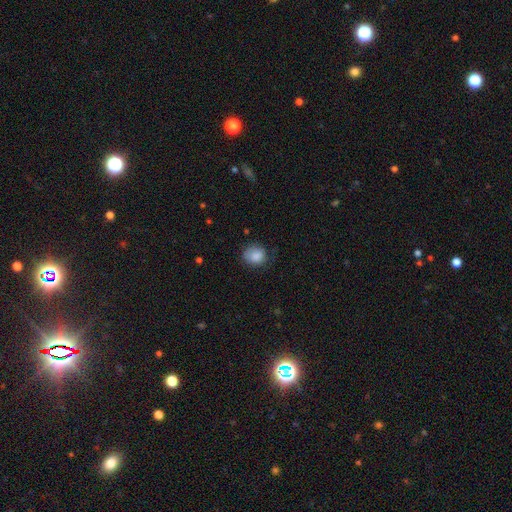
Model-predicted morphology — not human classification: Smooth or featured? Predicted: smooth (p=0.85). How rounded? Predicted: round (p=0.74). Merging? Predicted: none (p=0.67).